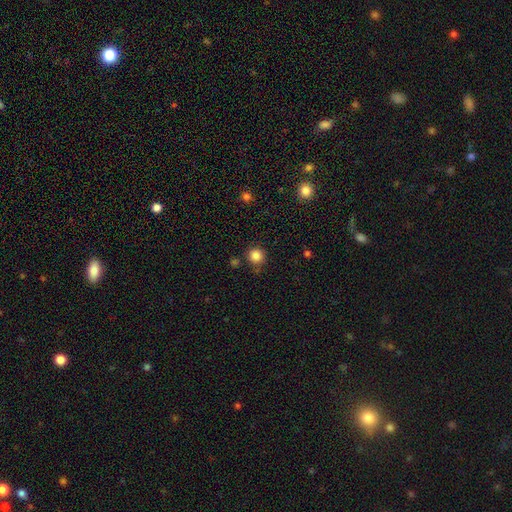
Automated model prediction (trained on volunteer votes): smooth-or-featured: smooth: 85% | star or artifact: 11% | featured or disk: 3%
  how-rounded: round: 94% | in between: 5% | cigar-shaped: 1%
  merging: none: 85% | minor disturbance: 8% | merger: 4% | major disturbance: 3%